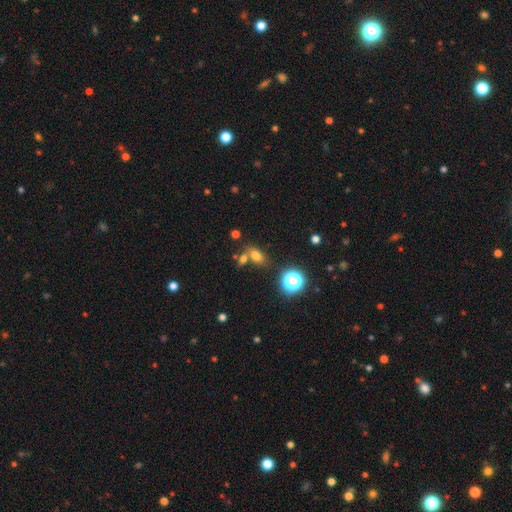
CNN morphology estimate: Smooth or featured? Predicted: smooth (p=0.74). How rounded? Predicted: in between (p=0.77). Merging? Predicted: none (p=0.60).